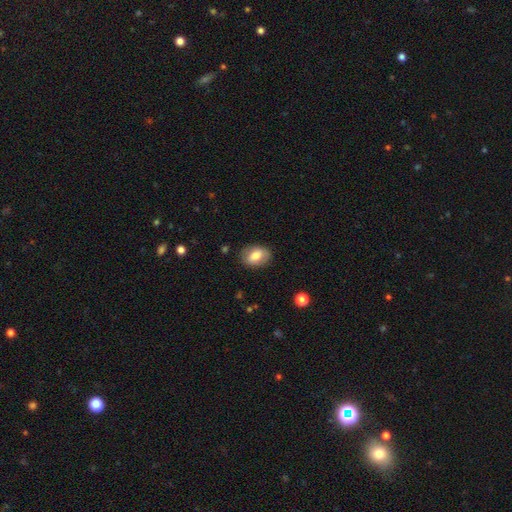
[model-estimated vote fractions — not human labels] Smooth or featured?
  - smooth: 71% *
  - featured or disk: 22%
  - star or artifact: 7%
How rounded?
  - in between: 77% *
  - round: 21%
  - cigar-shaped: 1%
Merging?
  - none: 82% *
  - minor disturbance: 13%
  - major disturbance: 4%
  - merger: 1%